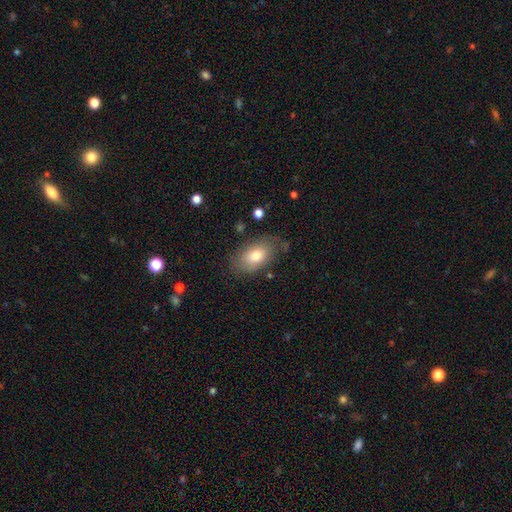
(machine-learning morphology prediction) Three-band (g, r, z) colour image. It shows a smooth galaxy with no disk features (75%) that is in between round and cigar-shaped (91%). Merging: none (71%).